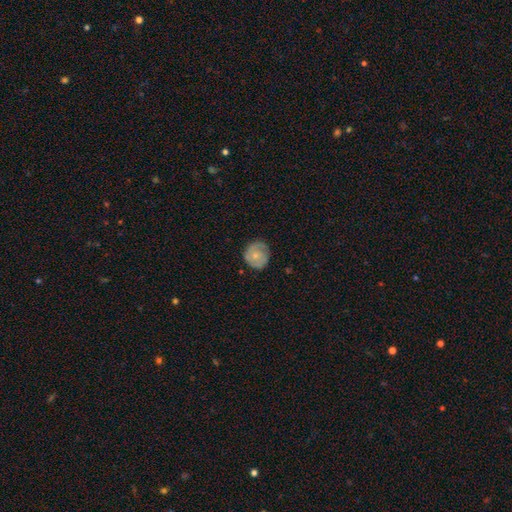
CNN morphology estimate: This appears to be a smooth galaxy with no disk features (49%). Merging: none (73%).